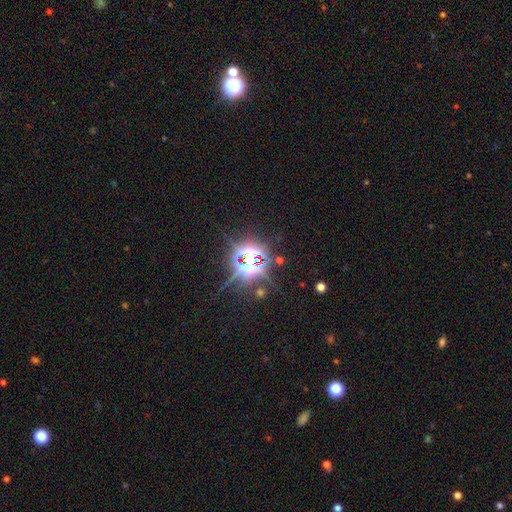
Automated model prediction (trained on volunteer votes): star or artifact 84%, smooth 8%, featured or disk 8%.